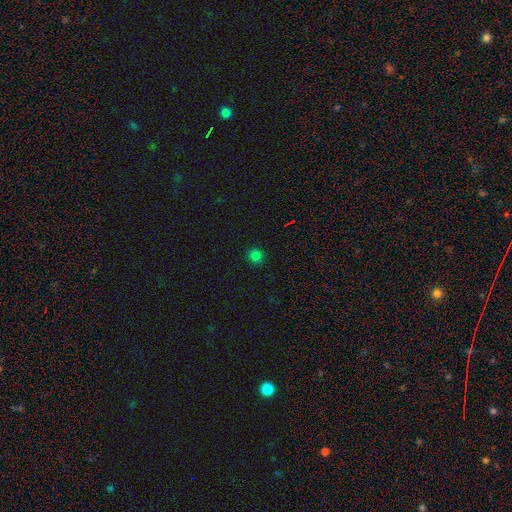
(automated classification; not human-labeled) Overall: smooth (79%). How rounded: round (91%). Merging: none (91%).